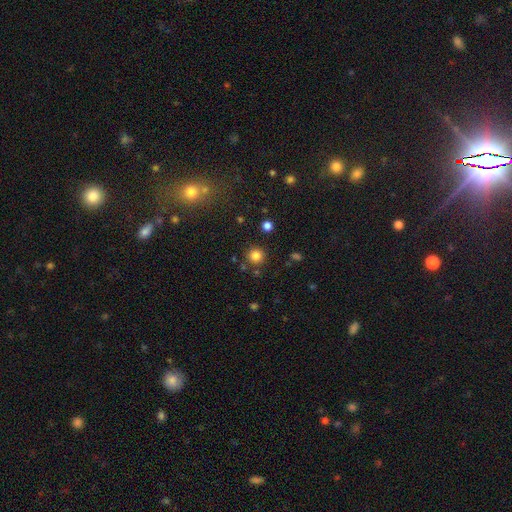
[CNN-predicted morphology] The model was most divided on "smooth or featured": smooth: 82%, star or artifact: 13%, featured or disk: 5%. More confident: how rounded — round (94%); merging — none (87%).